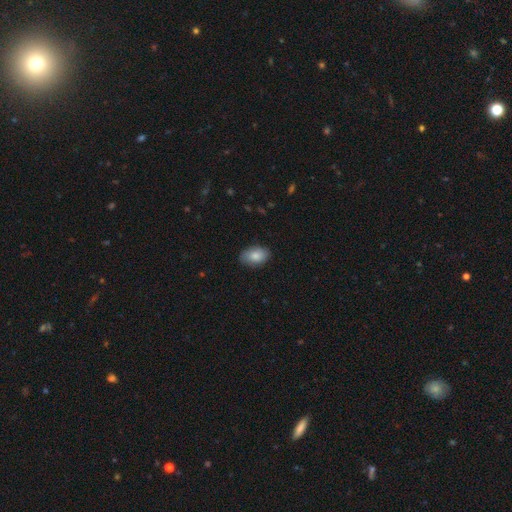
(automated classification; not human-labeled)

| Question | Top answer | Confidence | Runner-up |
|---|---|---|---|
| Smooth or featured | smooth | 83% | featured or disk (10%) |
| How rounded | in between | 89% | round (9%) |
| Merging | none | 82% | minor disturbance (14%) |